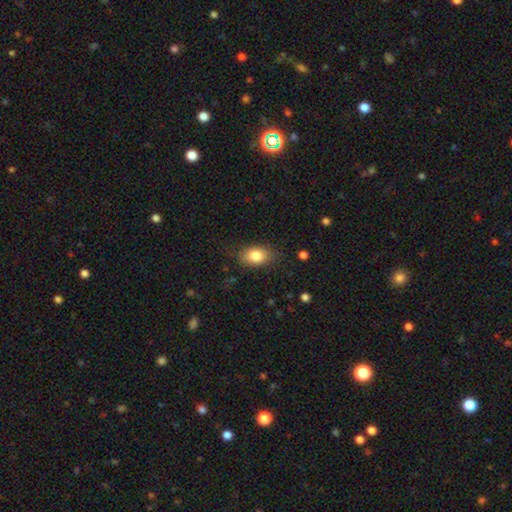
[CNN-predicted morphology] The model was most divided on "merging": none: 78%, minor disturbance: 17%, major disturbance: 5%, merger: 1%. More confident: how rounded — in between (84%); smooth or featured — smooth (82%).